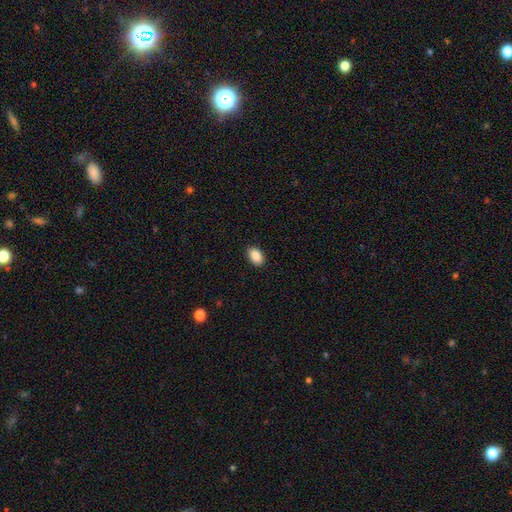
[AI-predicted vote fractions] The model was most divided on "how rounded": in between: 90%, round: 9%, cigar-shaped: 1%. More confident: merging — none (90%); smooth or featured — smooth (89%).